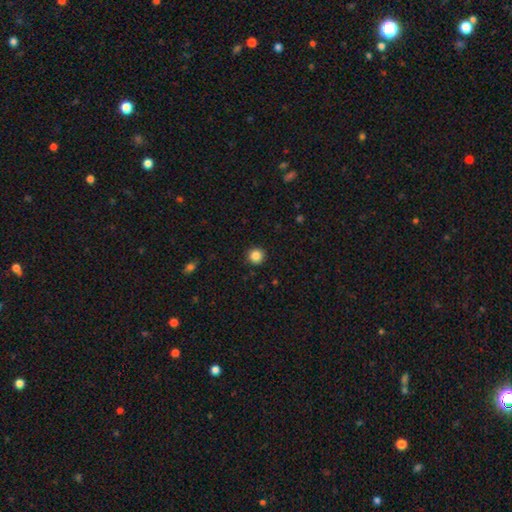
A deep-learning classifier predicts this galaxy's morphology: Smooth or featured?
  - smooth: 86% *
  - star or artifact: 10%
  - featured or disk: 4%
How rounded?
  - round: 95% *
  - in between: 4%
  - cigar-shaped: 1%
Merging?
  - none: 92% *
  - minor disturbance: 5%
  - major disturbance: 2%
  - merger: 1%